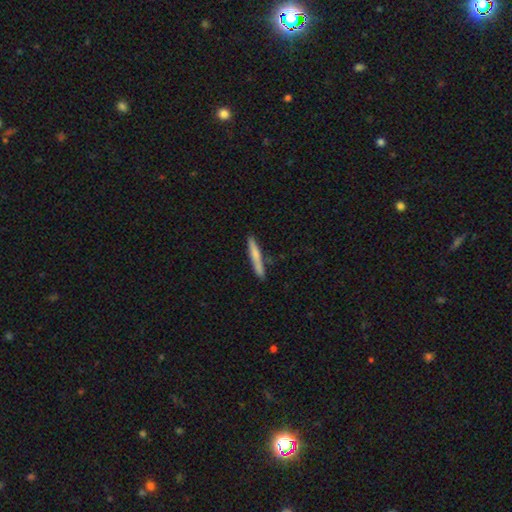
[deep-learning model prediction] Overall: smooth (69%). How rounded: cigar-shaped (95%). Merging: none (81%).